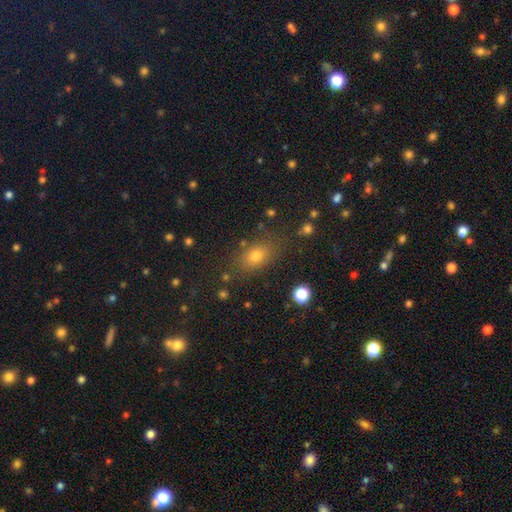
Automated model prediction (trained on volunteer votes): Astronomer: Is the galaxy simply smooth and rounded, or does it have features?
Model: smooth — 73%.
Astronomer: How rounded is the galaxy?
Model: in between — 74%.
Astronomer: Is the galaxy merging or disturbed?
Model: none — 79%.